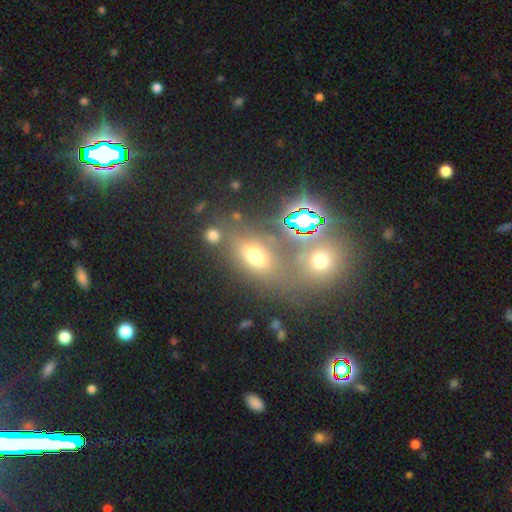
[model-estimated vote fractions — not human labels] smooth_or_featured: smooth (p=0.60) [alt: star or artifact p=0.25]
how_rounded: in between (p=0.66) [alt: round p=0.29]
merging: none (p=0.58) [alt: merger p=0.23]